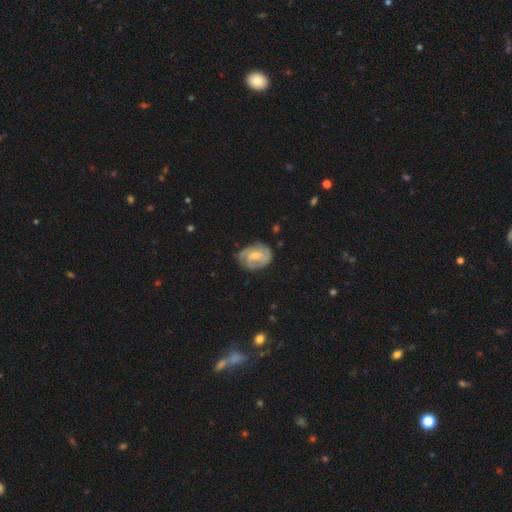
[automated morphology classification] smooth_or_featured: featured or disk (p=0.69) [alt: smooth p=0.25]
disk_edge_on: no (p=0.97) [alt: yes p=0.03]
bar: no (p=0.57) [alt: weak p=0.37]
has_spiral_arms: yes (p=0.88) [alt: no p=0.12]
spiral_winding: tight (p=0.44) [alt: medium p=0.40]
spiral_arm_count: 2 (p=0.30) [alt: 3 p=0.28]
bulge_size: moderate (p=0.49) [alt: small p=0.43]
merging: none (p=0.64) [alt: minor disturbance p=0.25]